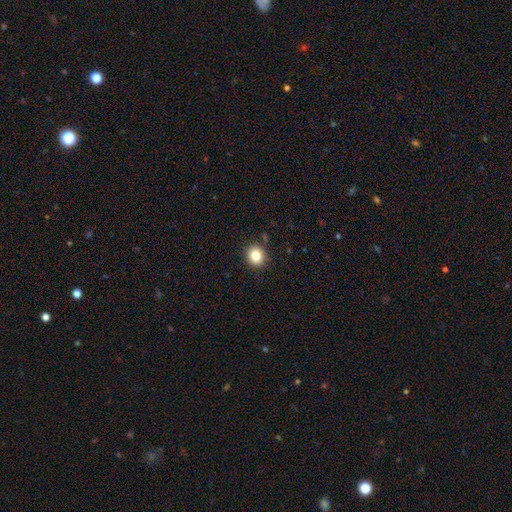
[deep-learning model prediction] Q: Smooth or featured?
A: smooth (84%); runner-up: star or artifact (10%)
Q: How rounded?
A: round (79%); runner-up: in between (20%)
Q: Merging?
A: none (89%); runner-up: minor disturbance (7%)